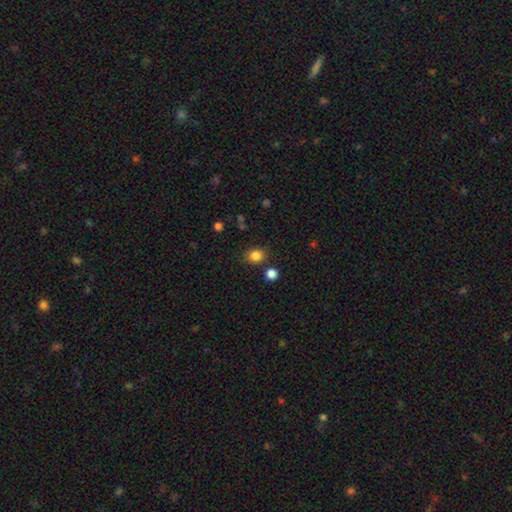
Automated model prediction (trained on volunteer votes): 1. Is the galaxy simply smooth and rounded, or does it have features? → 85% smooth, 11% star or artifact, 4% featured or disk.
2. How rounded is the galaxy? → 63% round, 36% in between, 1% cigar-shaped.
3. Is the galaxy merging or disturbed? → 83% none, 10% minor disturbance, 5% merger, 3% major disturbance.